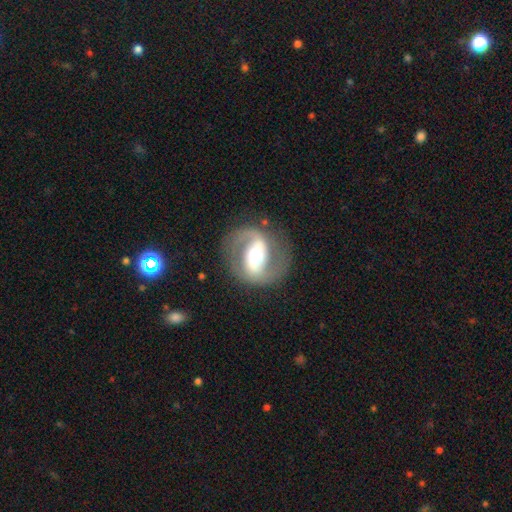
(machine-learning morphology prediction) Smooth or featured? Predicted: featured or disk (p=0.84). Edge-on disk? Predicted: no (p=0.97). Bar? Predicted: strong (p=0.52). Spiral arms? Predicted: yes (p=0.85). Spiral winding? Predicted: medium (p=0.53). Spiral arm count? Predicted: 2 (p=0.91). Bulge size? Predicted: moderate (p=0.60). Merging? Predicted: none (p=0.81).